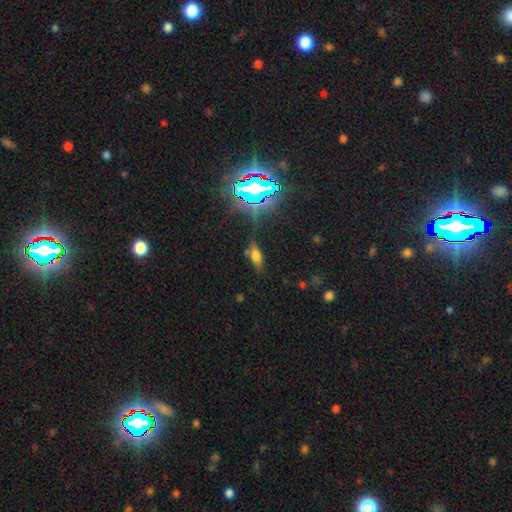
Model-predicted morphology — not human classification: type=smooth (56%); roundness=in between (65%); merging=none (71%).